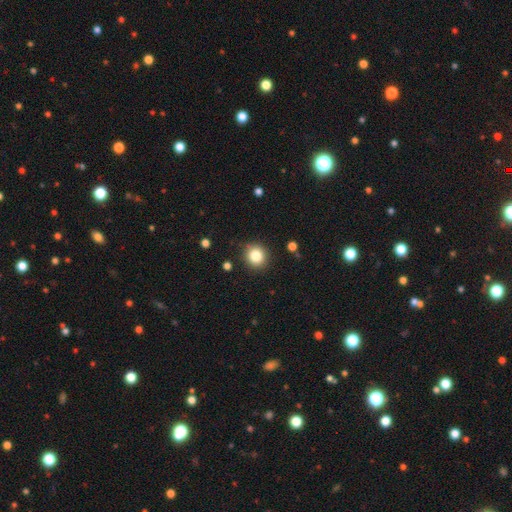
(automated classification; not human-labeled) smooth_or_featured: smooth (p=0.83) [alt: star or artifact p=0.11]
how_rounded: round (p=0.88) [alt: in between p=0.11]
merging: none (p=0.88) [alt: minor disturbance p=0.08]